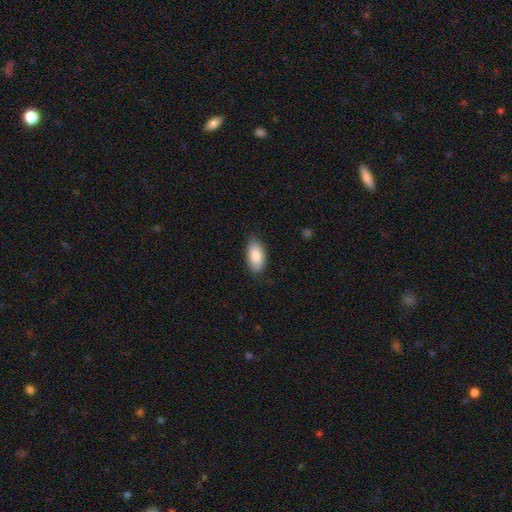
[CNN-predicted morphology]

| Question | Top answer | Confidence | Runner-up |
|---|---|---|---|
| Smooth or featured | smooth | 87% | featured or disk (7%) |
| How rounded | in between | 93% | cigar-shaped (4%) |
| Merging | none | 83% | minor disturbance (14%) |